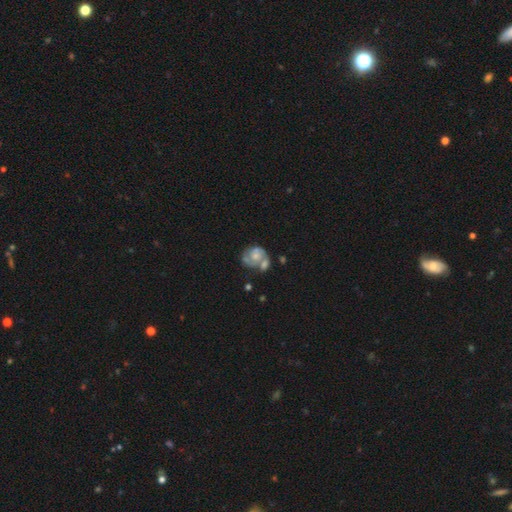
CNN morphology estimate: Smooth or featured?
  - featured or disk: 67% *
  - smooth: 26%
  - star or artifact: 7%
Edge-on disk?
  - no: 98% *
  - yes: 2%
Bar?
  - no: 78% *
  - weak: 19%
  - strong: 3%
Spiral arms?
  - yes: 76% *
  - no: 24%
Bulge size?
  - moderate: 42% *
  - small: 38%
  - none: 13%
  - large: 6%
  - dominant: 2%
Merging?
  - merger: 40% *
  - none: 31%
  - minor disturbance: 17%
  - major disturbance: 12%